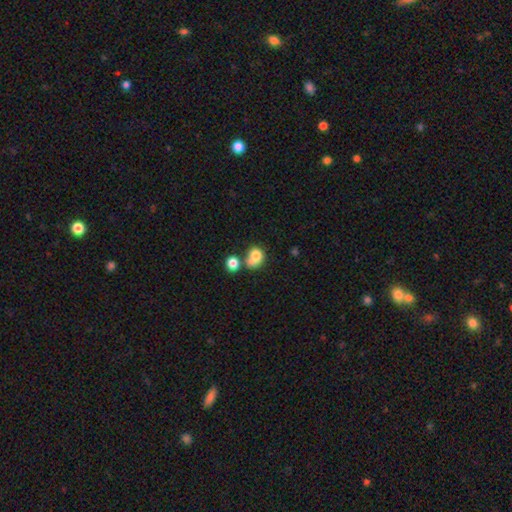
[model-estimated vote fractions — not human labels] A smooth galaxy with no disk features (78%) that is round (61%). Merging: merger (43%).